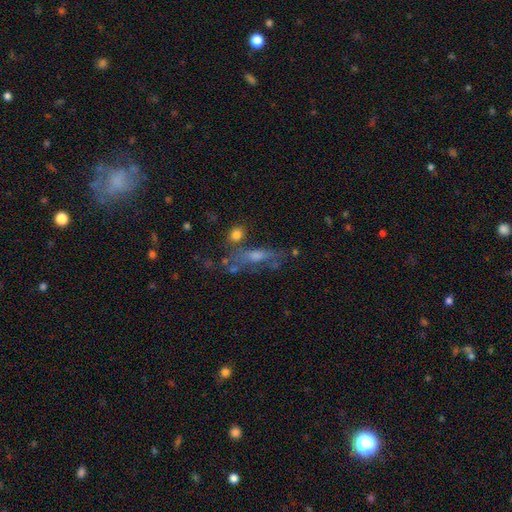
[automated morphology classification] Smooth or featured? Predicted: featured or disk (p=0.45). Merging? Predicted: none (p=0.54).